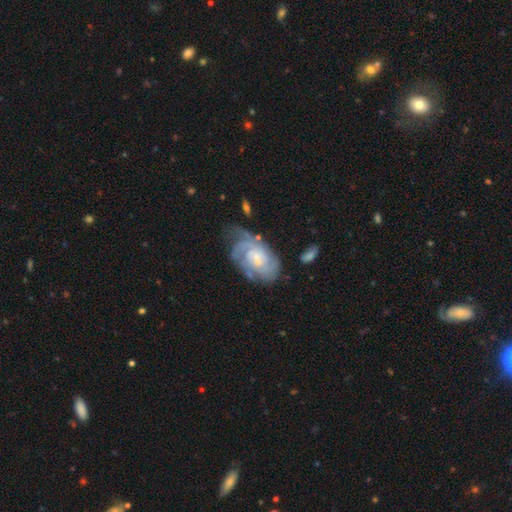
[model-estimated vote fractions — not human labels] A featured or disk galaxy (82%) with no bar (64%), tight (62%) spiral arms (94%) and a small central bulge (65%). Merging: none (56%).